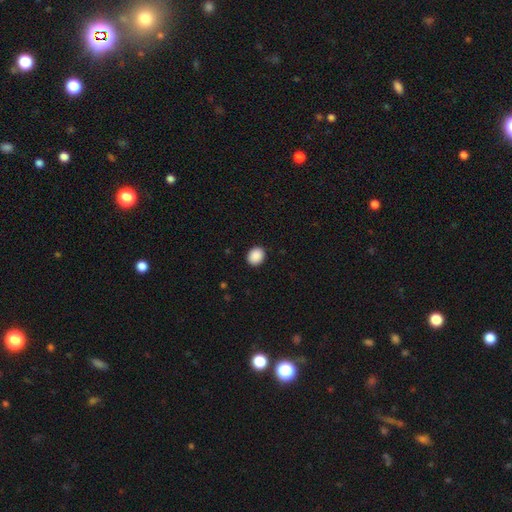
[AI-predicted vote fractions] smooth-or-featured: smooth: 90% | star or artifact: 8% | featured or disk: 2%
  how-rounded: round: 61% | in between: 39% | cigar-shaped: 1%
  merging: none: 91% | minor disturbance: 6% | major disturbance: 2% | merger: 1%